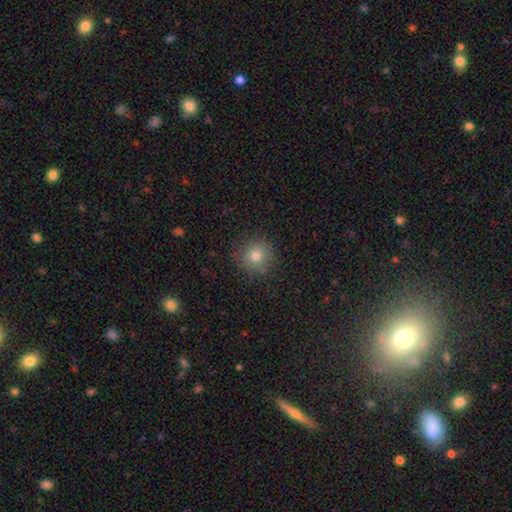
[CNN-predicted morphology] Smooth or featured?
  - smooth: 78% *
  - star or artifact: 14%
  - featured or disk: 9%
How rounded?
  - round: 92% *
  - in between: 7%
  - cigar-shaped: 1%
Merging?
  - none: 85% *
  - minor disturbance: 10%
  - major disturbance: 3%
  - merger: 2%